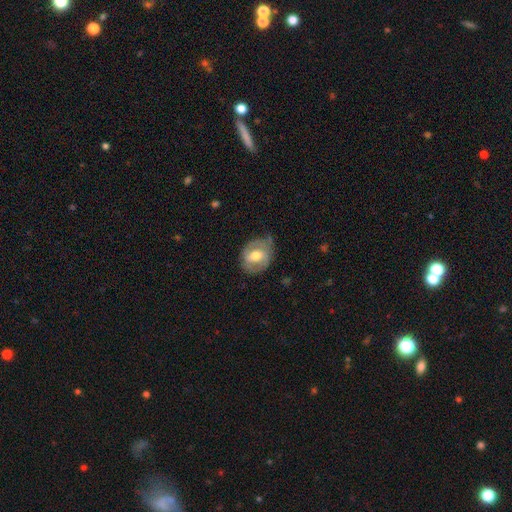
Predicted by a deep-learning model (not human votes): The model was most divided on "smooth or featured": featured or disk: 50%, smooth: 43%, star or artifact: 6%. More confident: edge-on disk — no (95%); merging — none (61%).